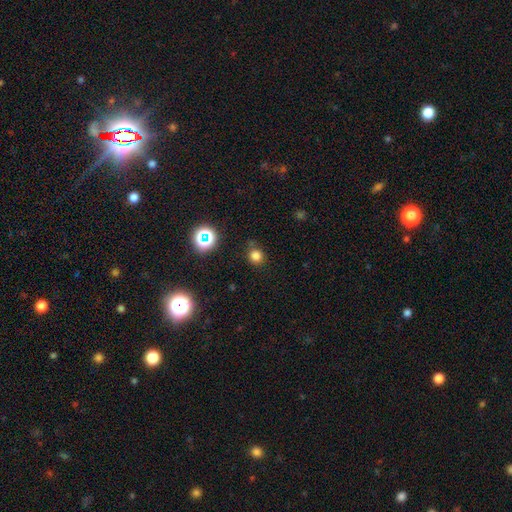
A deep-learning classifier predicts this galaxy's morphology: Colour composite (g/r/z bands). It shows a smooth galaxy with no disk features (77%) that is round (87%). Merging: none (79%).